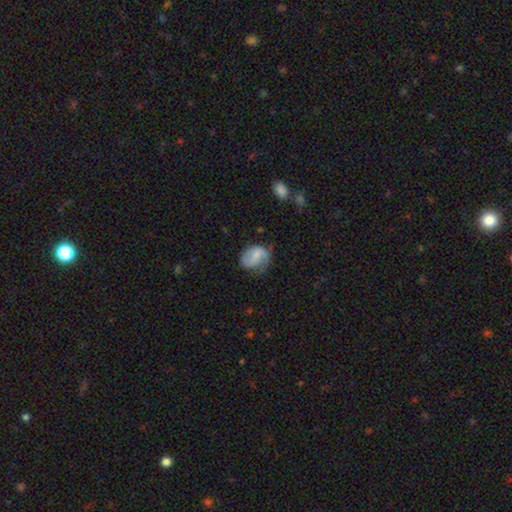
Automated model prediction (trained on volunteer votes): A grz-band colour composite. It shows a smooth galaxy with no disk features (55%) that is in between round and cigar-shaped (58%). Merging: none (45%).